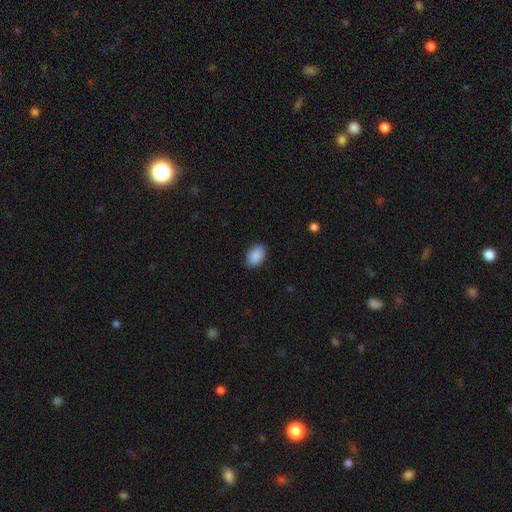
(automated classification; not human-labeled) Smooth or featured: smooth — 90% (star or artifact — 7%)
How rounded: in between — 85% (round — 14%)
Merging: none — 87% (minor disturbance — 10%)